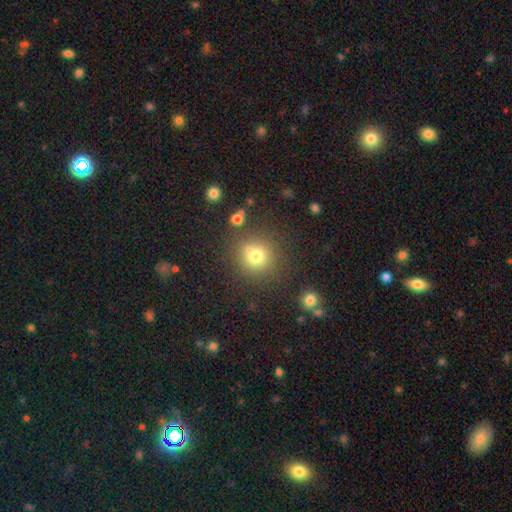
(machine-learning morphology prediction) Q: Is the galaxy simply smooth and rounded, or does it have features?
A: smooth — 74%.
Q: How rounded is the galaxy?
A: round — 89%.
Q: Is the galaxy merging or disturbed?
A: none — 75%.